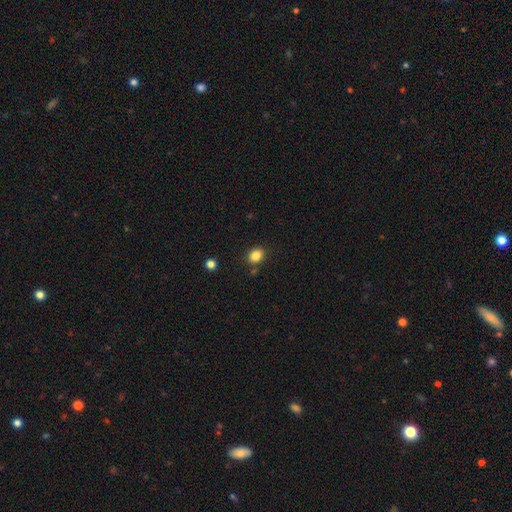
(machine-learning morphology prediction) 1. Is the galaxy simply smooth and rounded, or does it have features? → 84% smooth, 11% star or artifact, 5% featured or disk.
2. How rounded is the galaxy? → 50% round, 49% in between, 1% cigar-shaped.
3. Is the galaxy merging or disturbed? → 82% none, 10% minor disturbance, 5% merger, 3% major disturbance.